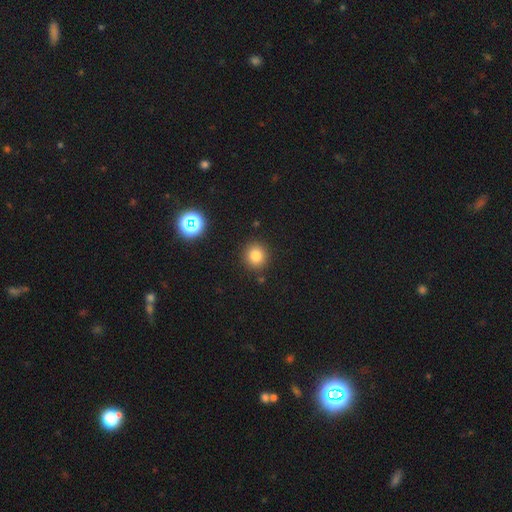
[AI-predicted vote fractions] smooth_or_featured: smooth (p=0.80) [alt: star or artifact p=0.14]
how_rounded: round (p=0.90) [alt: in between p=0.09]
merging: none (p=0.89) [alt: minor disturbance p=0.07]